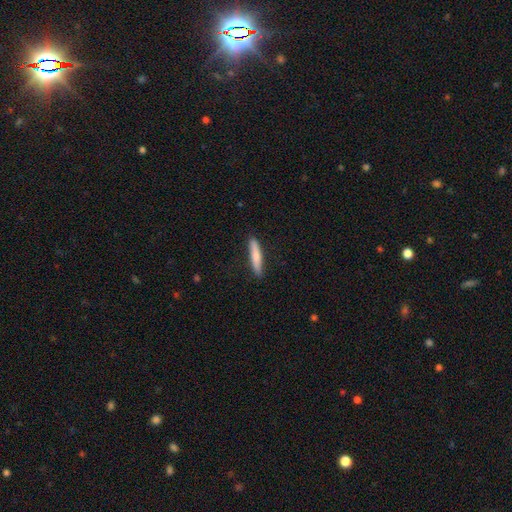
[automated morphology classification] smooth-or-featured: smooth: 76% | featured or disk: 19% | star or artifact: 5%
  how-rounded: cigar-shaped: 92% | in between: 7% | round: 1%
  merging: none: 89% | minor disturbance: 9% | major disturbance: 2% | merger: 1%